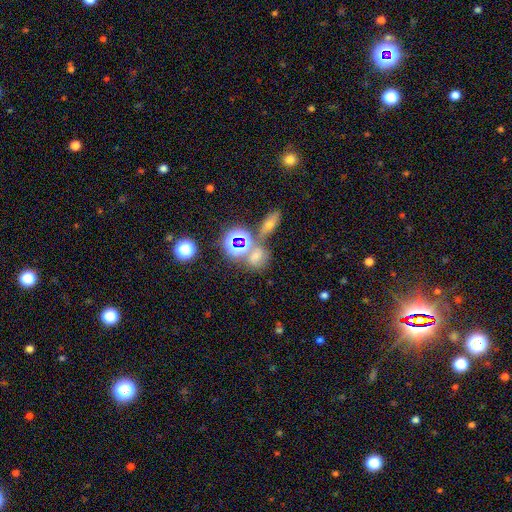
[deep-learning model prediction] Smooth or featured: smooth — 52% (star or artifact — 35%)
How rounded: in between — 49% (round — 48%)
Merging: none — 53% (merger — 30%)